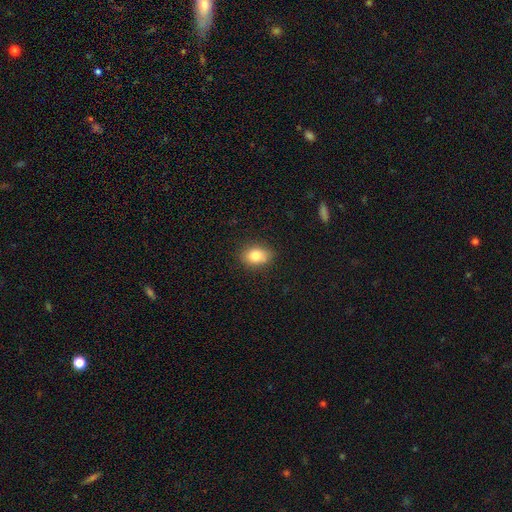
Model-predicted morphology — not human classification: Overall: smooth (81%). How rounded: in between (71%). Merging: none (84%).